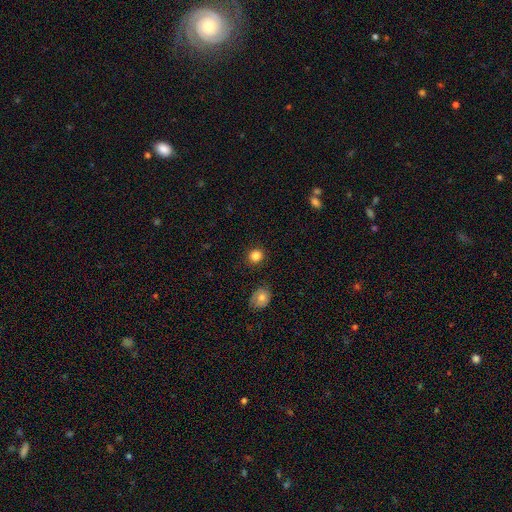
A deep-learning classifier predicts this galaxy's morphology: A smooth galaxy with no disk features (85%) that is round (87%).

Vote fractions:
- Smooth or featured? smooth: 85% / star or artifact: 11% / featured or disk: 4%
- How rounded? round: 87% / in between: 12% / cigar-shaped: 1%
- Merging? none: 89% / minor disturbance: 7% / major disturbance: 2% / merger: 2%